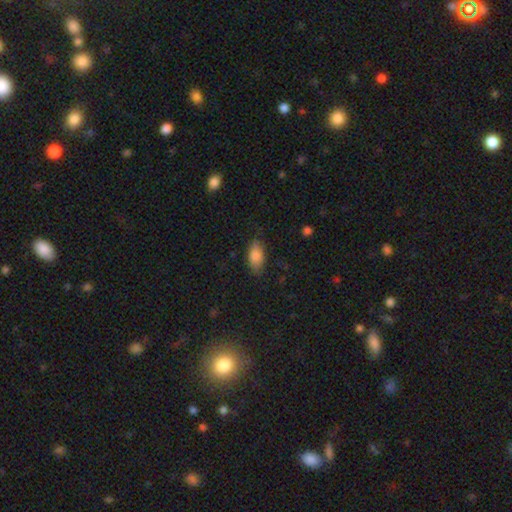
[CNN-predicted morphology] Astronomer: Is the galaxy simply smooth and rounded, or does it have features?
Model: smooth — 84%.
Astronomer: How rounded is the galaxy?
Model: in between — 89%.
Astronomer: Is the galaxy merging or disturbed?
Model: none — 76%.